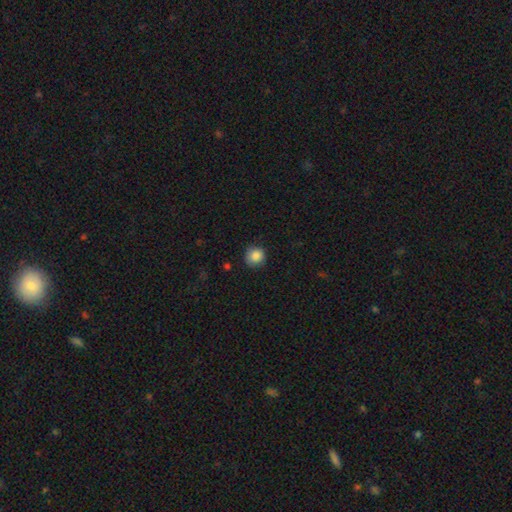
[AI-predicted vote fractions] A smooth galaxy with no disk features (86%) that is round (90%).

Vote fractions:
- Smooth or featured? smooth: 86% / star or artifact: 9% / featured or disk: 5%
- How rounded? round: 90% / in between: 9% / cigar-shaped: 1%
- Merging? none: 80% / minor disturbance: 16% / major disturbance: 3% / merger: 1%